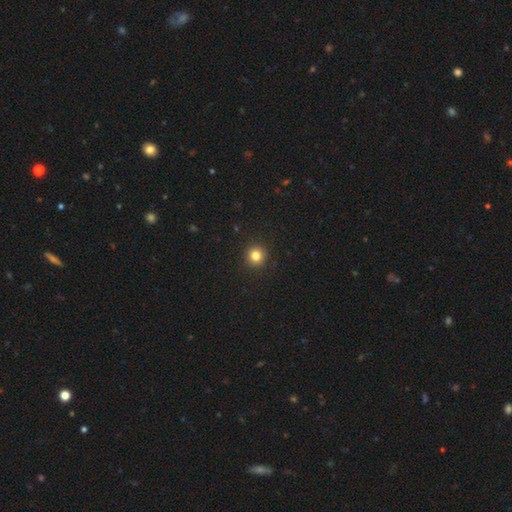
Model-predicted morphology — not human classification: A smooth galaxy with no disk features (82%) that is round (94%).

Vote fractions:
- Smooth or featured? smooth: 82% / star or artifact: 12% / featured or disk: 5%
- How rounded? round: 94% / in between: 5% / cigar-shaped: 1%
- Merging? none: 93% / minor disturbance: 5% / major disturbance: 2% / merger: 1%